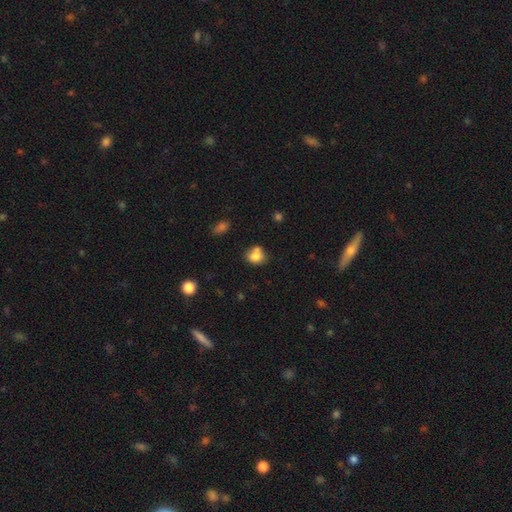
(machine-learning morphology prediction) smooth-or-featured: smooth: 78% | featured or disk: 12% | star or artifact: 10%
  how-rounded: round: 60% | in between: 39% | cigar-shaped: 1%
  merging: none: 47% | merger: 30% | minor disturbance: 17% | major disturbance: 6%